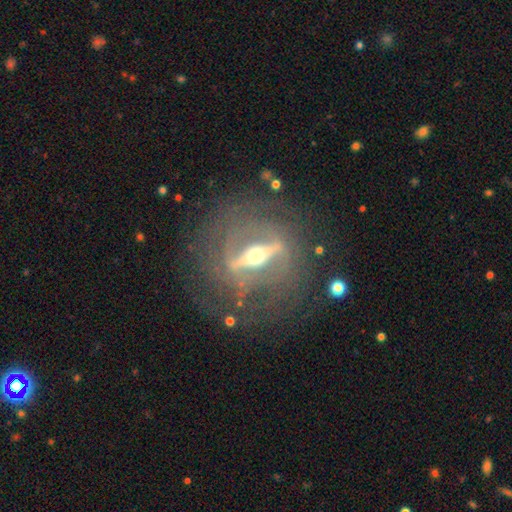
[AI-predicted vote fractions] Overall: featured or disk (88%). Edge-on disk: no (58%; yes 42%). Bar: strong (86%). Spiral arms: yes (53%; no 47%). Bulge size: moderate (67%). Merging: none (74%).